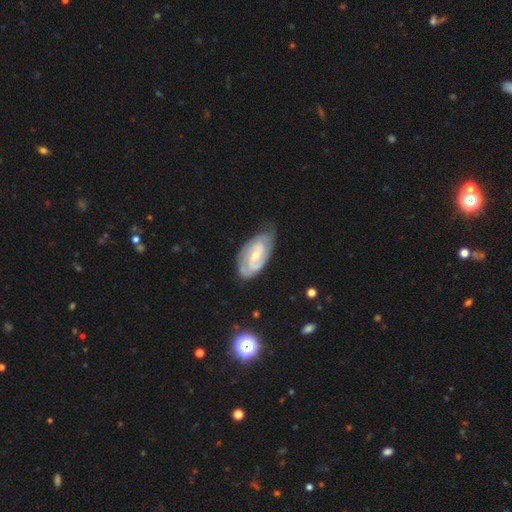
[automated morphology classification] A featured or disk galaxy (81%) with a weak bar (46%), 2 (62%) tight (60%) spiral arms (94%) and a small central bulge (58%). Merging: none (65%).